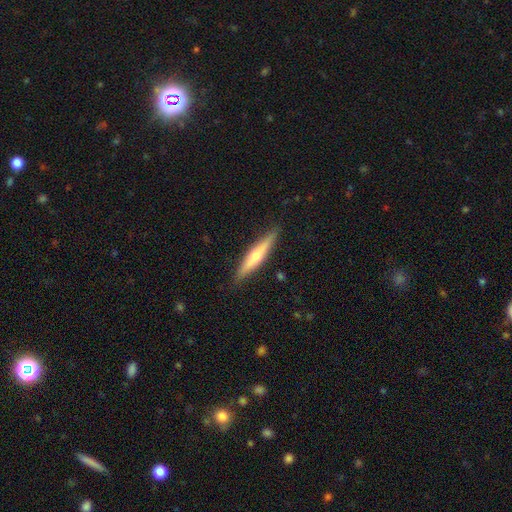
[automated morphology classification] Smooth or featured? Predicted: featured or disk (p=0.53). Edge-on disk? Predicted: yes (p=0.95). Edge-on bulge? Predicted: rounded (p=0.82). Merging? Predicted: none (p=0.89).